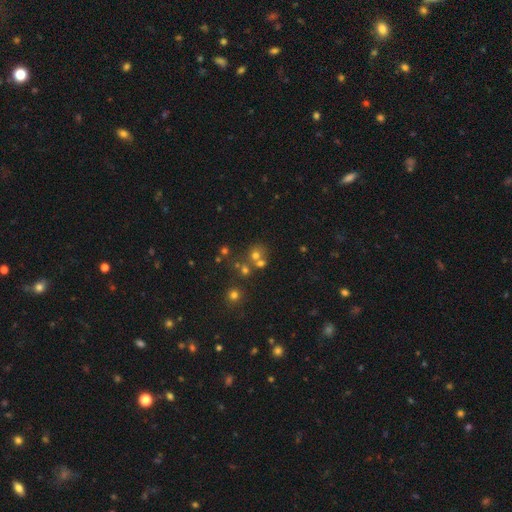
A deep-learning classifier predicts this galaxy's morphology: This is possibly a smooth galaxy (59%). How rounded: clearly round (81%). Merging: possibly none (50%).